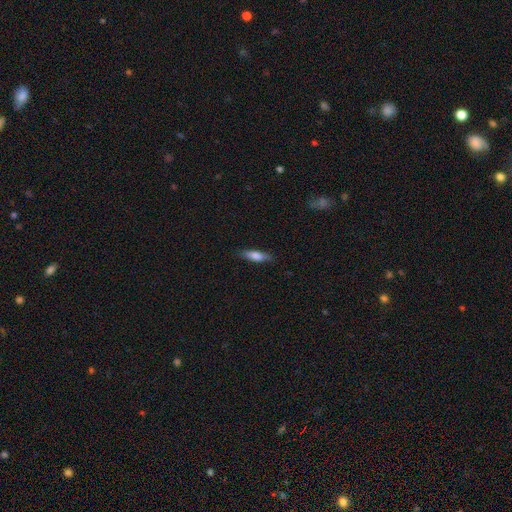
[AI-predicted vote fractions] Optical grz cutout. It shows a smooth galaxy with no disk features (75%) that is cigar-shaped (60%). Merging: none (82%).